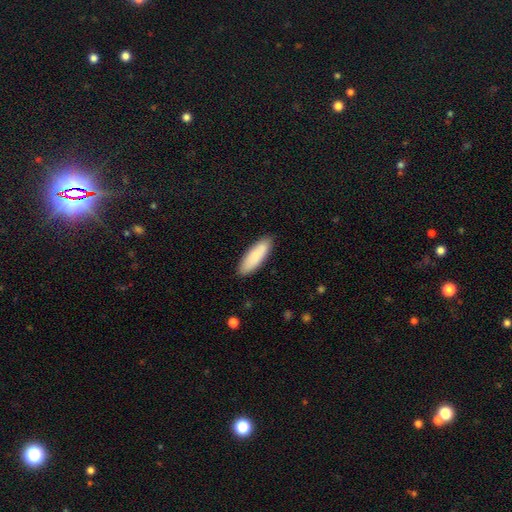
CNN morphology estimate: Smooth or featured: smooth — 87% (featured or disk — 7%)
How rounded: in between — 54% (cigar-shaped — 45%)
Merging: none — 88% (minor disturbance — 10%)